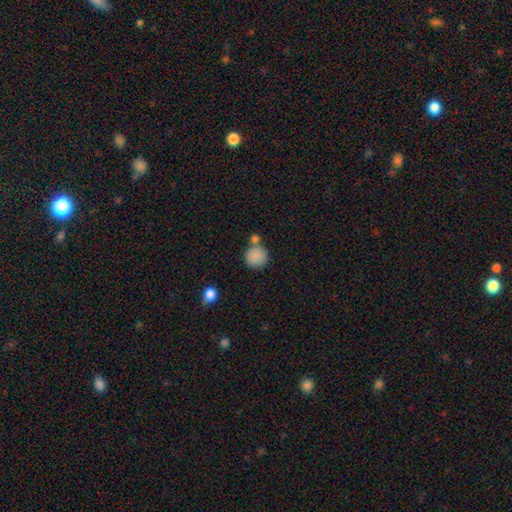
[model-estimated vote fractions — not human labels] A smooth galaxy with no disk features (86%) that is round (92%). Merging: none (62%).